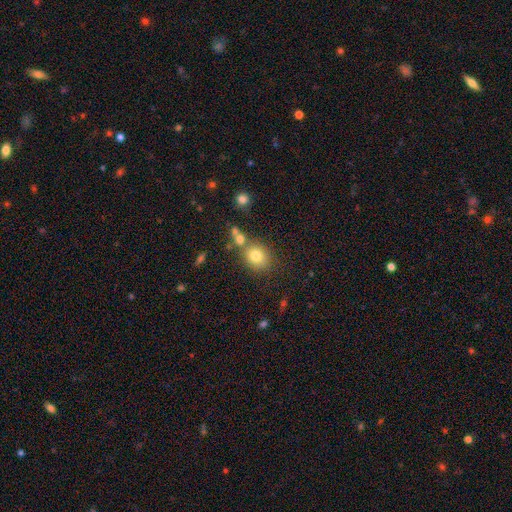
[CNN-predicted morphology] Smooth or featured? smooth (78%)
How rounded? round (71%)
Merging? none (65%)